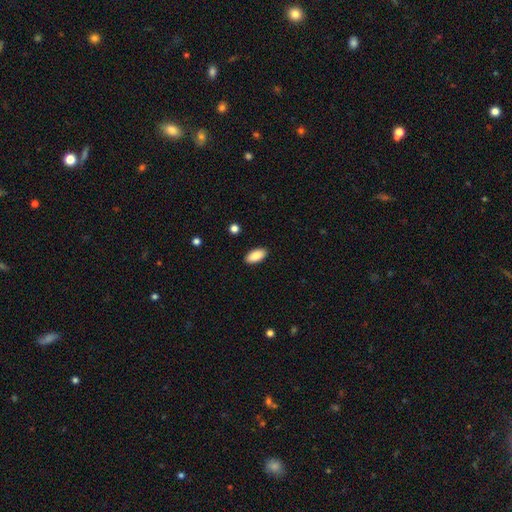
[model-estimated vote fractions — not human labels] Overall: smooth (88%). How rounded: in between (93%). Merging: none (90%).